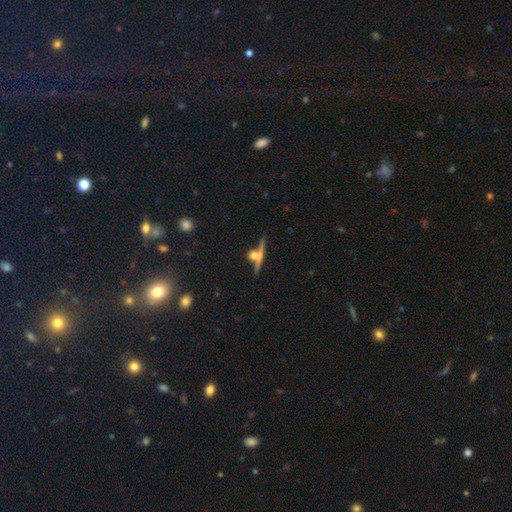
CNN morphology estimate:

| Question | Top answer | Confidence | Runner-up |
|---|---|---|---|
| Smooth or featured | featured or disk | 43% | smooth (42%) |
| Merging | none | 57% | merger (25%) |